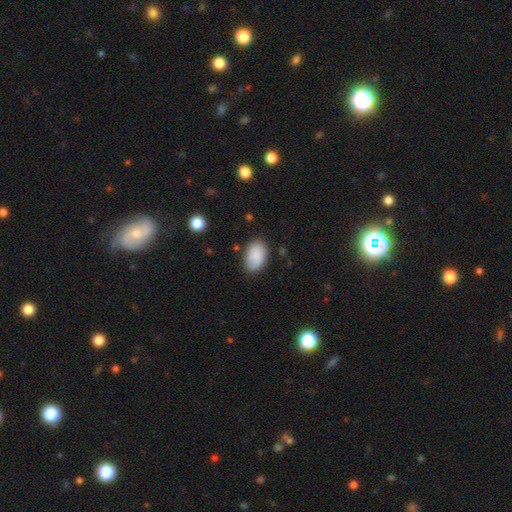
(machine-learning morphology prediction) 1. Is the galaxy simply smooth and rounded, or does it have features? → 87% smooth, 7% star or artifact, 6% featured or disk.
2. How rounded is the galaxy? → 91% in between, 8% round, 1% cigar-shaped.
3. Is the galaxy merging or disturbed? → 80% none, 15% minor disturbance, 3% major disturbance, 2% merger.